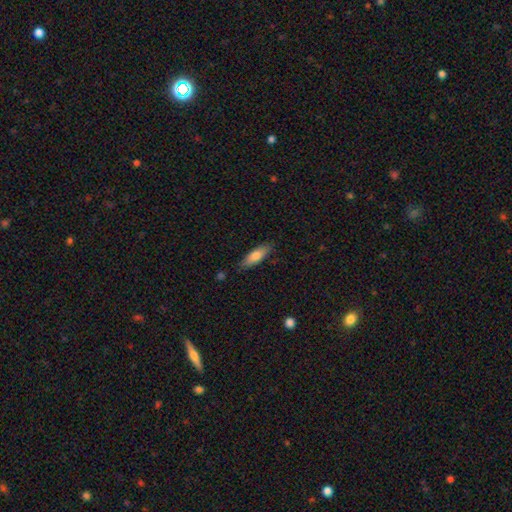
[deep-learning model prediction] Morphology: type=smooth (75%); roundness=in between (50%); merging=none (84%).